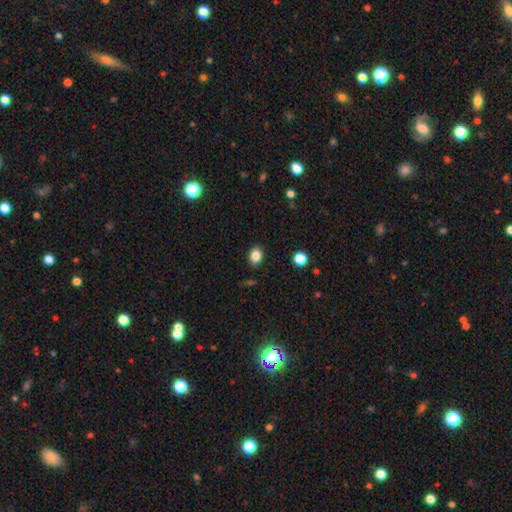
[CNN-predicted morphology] Smooth or featured: smooth — 85% (star or artifact — 10%)
How rounded: in between — 61% (round — 38%)
Merging: none — 88% (minor disturbance — 8%)